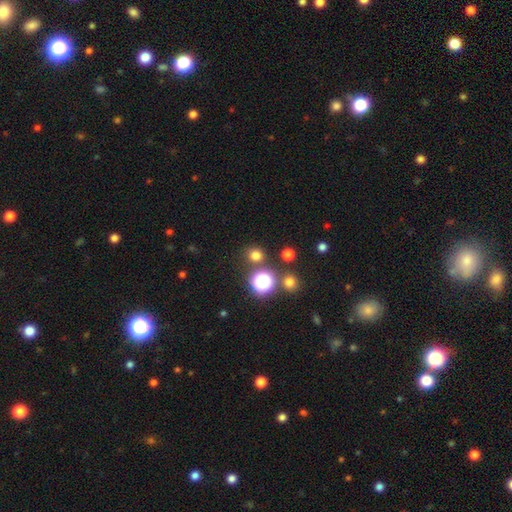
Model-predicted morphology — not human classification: Smooth or featured?
  - smooth: 71% *
  - star or artifact: 24%
  - featured or disk: 5%
How rounded?
  - round: 89% *
  - in between: 10%
  - cigar-shaped: 1%
Merging?
  - none: 84% *
  - minor disturbance: 7%
  - merger: 6%
  - major disturbance: 3%